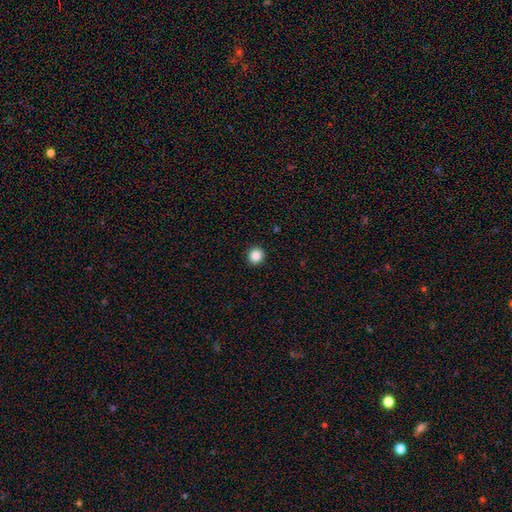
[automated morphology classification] The model was most divided on "smooth or featured": smooth: 87%, star or artifact: 10%, featured or disk: 3%. More confident: merging — none (92%); how rounded — round (90%).